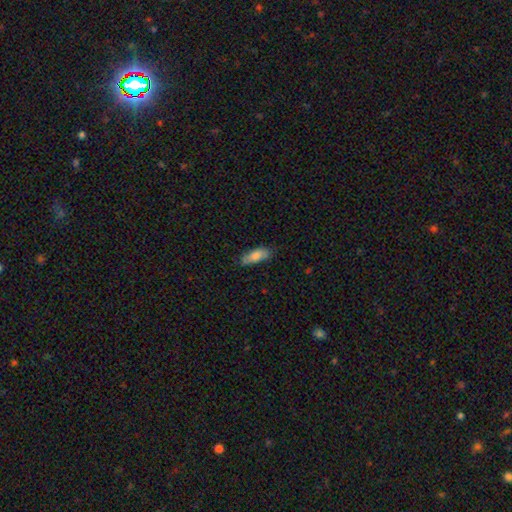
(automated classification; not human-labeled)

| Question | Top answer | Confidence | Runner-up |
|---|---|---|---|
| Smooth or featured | smooth | 78% | featured or disk (16%) |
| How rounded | in between | 72% | cigar-shaped (26%) |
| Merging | none | 76% | minor disturbance (20%) |